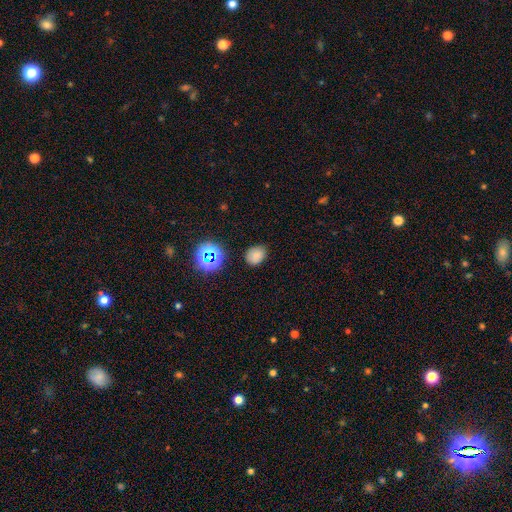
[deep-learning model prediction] Smooth or featured? Predicted: smooth (p=0.76). How rounded? Predicted: in between (p=0.51). Merging? Predicted: none (p=0.81).